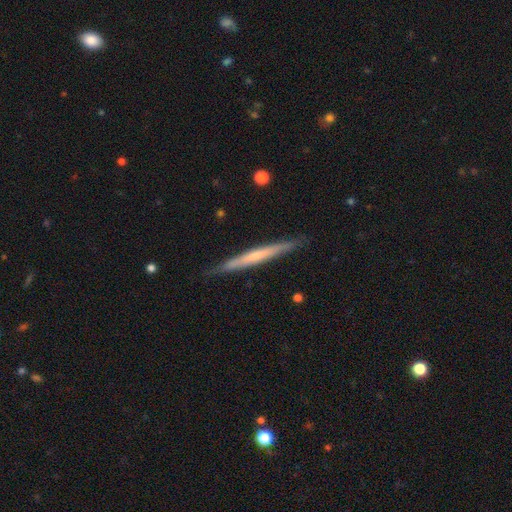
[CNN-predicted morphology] Smooth or featured?
  - featured or disk: 62% *
  - smooth: 31%
  - star or artifact: 7%
Edge-on disk?
  - yes: 97% *
  - no: 3%
Edge-on bulge?
  - none: 59% *
  - rounded: 34%
  - boxy: 7%
Merging?
  - none: 90% *
  - minor disturbance: 8%
  - major disturbance: 1%
  - merger: 1%